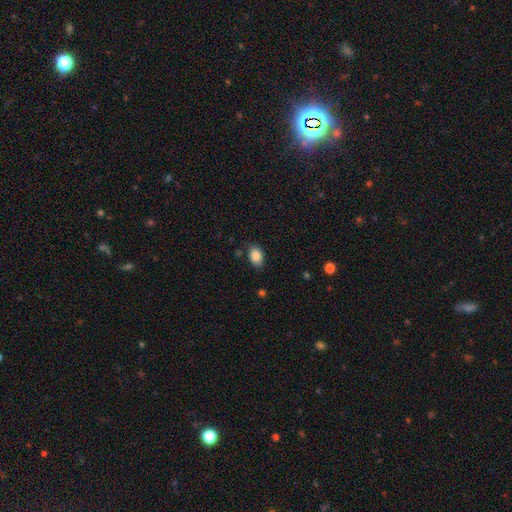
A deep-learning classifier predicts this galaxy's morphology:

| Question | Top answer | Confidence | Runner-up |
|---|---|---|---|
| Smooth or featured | smooth | 86% | star or artifact (8%) |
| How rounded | in between | 82% | round (17%) |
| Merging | none | 81% | minor disturbance (14%) |